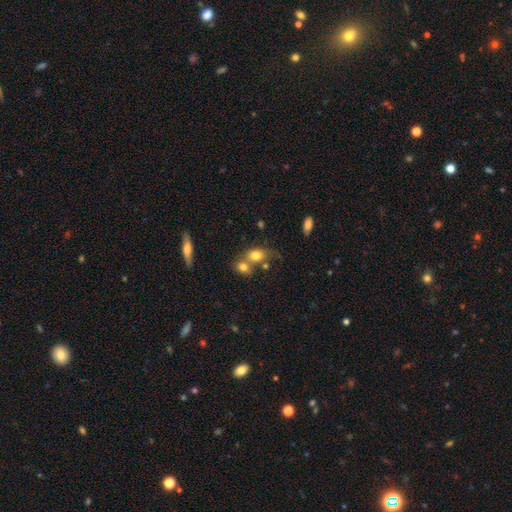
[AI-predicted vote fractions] Q: Smooth or featured?
A: smooth (77%); runner-up: featured or disk (12%)
Q: How rounded?
A: in between (56%); runner-up: round (42%)
Q: Merging?
A: merger (47%); runner-up: none (36%)